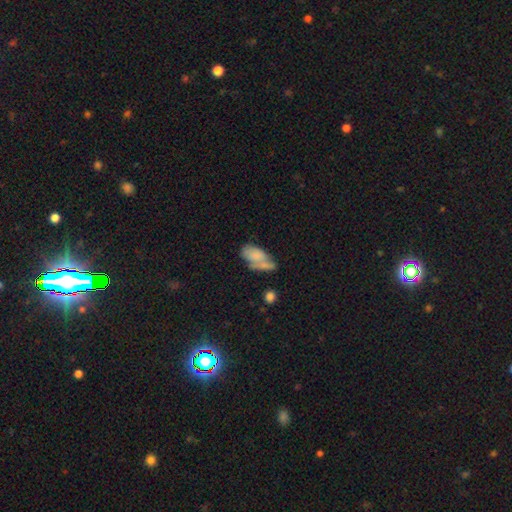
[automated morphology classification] type=smooth (71%); roundness=in between (91%); merging=merger (35%).